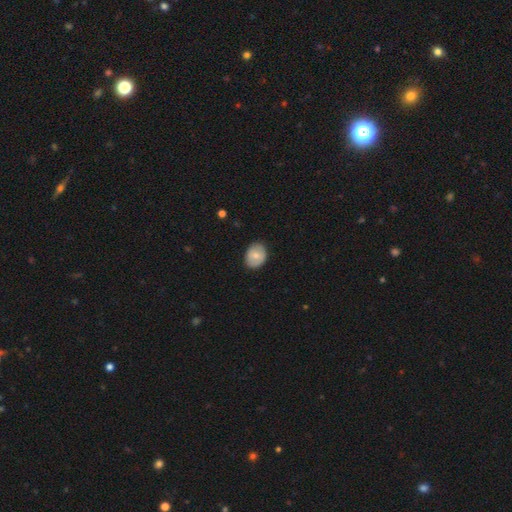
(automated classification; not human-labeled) The model was most divided on "how rounded": in between: 59%, round: 40%, cigar-shaped: 1%. More confident: merging — none (83%); smooth or featured — smooth (69%).